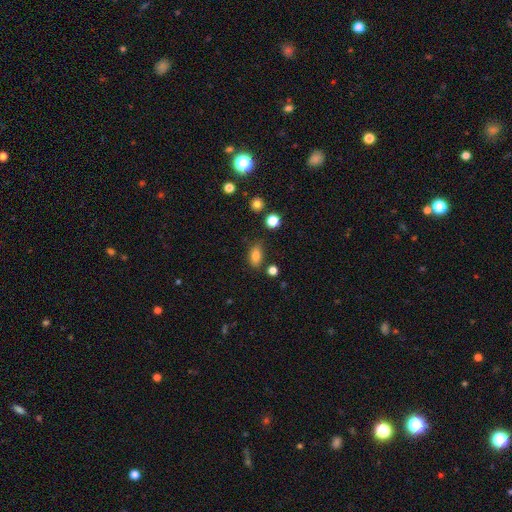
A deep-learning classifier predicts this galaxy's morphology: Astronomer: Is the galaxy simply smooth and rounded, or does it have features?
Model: smooth — 82%.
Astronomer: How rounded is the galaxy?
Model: in between — 85%.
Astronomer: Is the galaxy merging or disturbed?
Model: none — 75%.